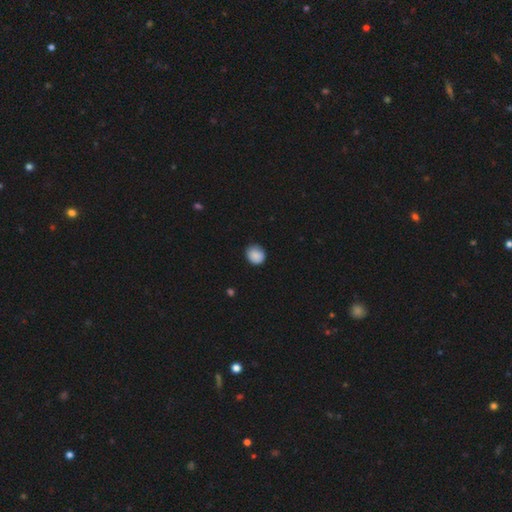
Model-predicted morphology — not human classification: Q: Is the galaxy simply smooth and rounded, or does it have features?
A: smooth — 88%.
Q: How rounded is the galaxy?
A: round — 81%.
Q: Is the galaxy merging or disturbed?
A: none — 83%.